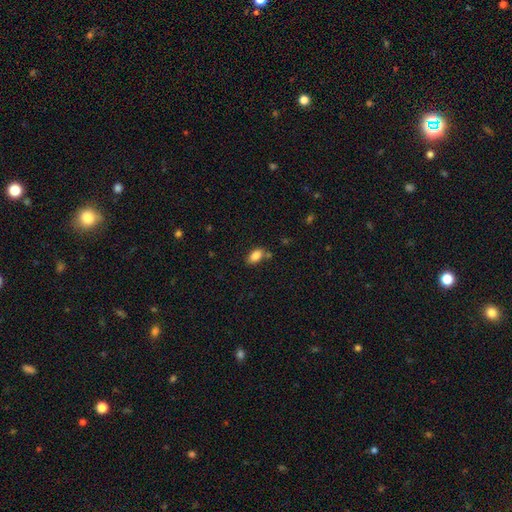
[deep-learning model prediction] A smooth galaxy with no disk features (85%) that is in between round and cigar-shaped (90%). Merging: none (74%).